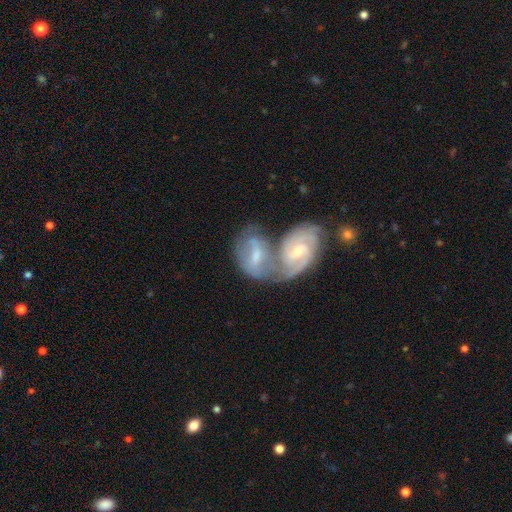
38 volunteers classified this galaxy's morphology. This appears to be a featured or disk galaxy (71%) with a weak bar (73%), tight (48%) spiral arms (88%) and a small central bulge (77%). Merging: merger (80%).